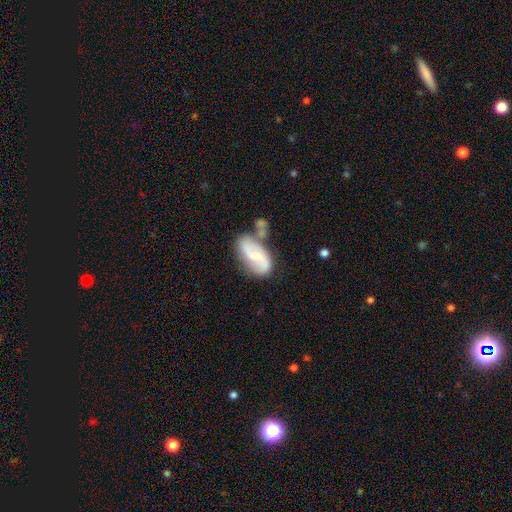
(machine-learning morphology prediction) type=featured or disk (66%); edge-on=no (96%); bar=weak (44%); spiral arms=yes (88%); winding=loose (54%); arm count=2 (87%); bulge=small (56%); merging=none (46%).